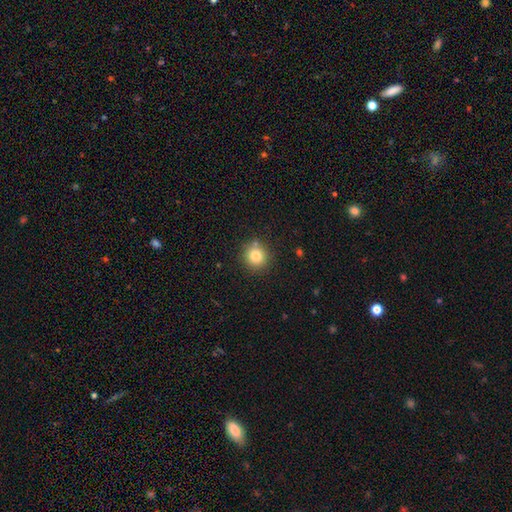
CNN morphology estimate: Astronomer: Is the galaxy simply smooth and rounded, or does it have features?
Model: smooth — 81%.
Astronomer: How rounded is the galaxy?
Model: round — 92%.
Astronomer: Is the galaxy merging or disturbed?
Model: none — 85%.